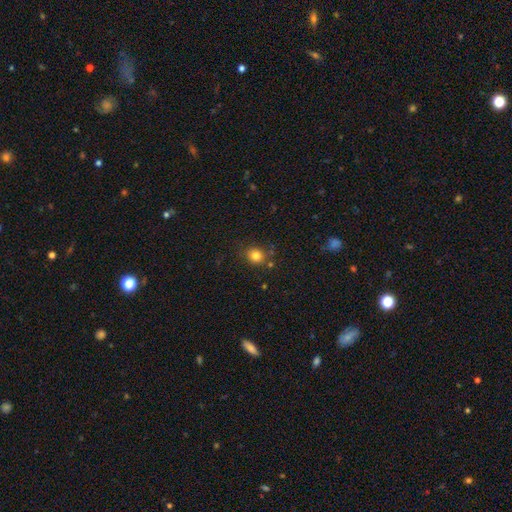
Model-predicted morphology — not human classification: smooth 82%, star or artifact 13%, featured or disk 6%. Down the decision tree: how rounded — round (78%); merging — none (78%).